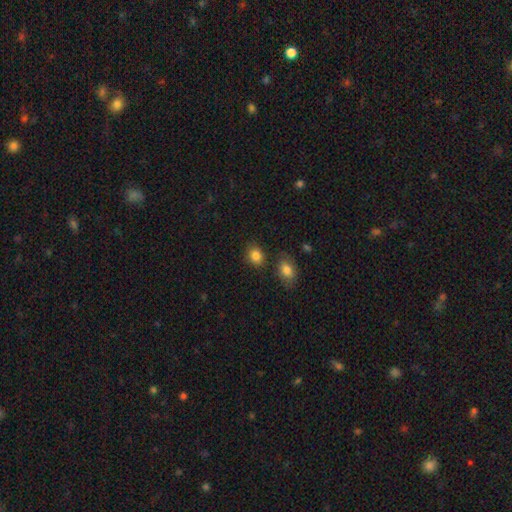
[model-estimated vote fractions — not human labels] A smooth galaxy with no disk features (85%) that is round (55%).

Vote fractions:
- Smooth or featured? smooth: 85% / star or artifact: 10% / featured or disk: 5%
- How rounded? round: 55% / in between: 44% / cigar-shaped: 1%
- Merging? none: 77% / minor disturbance: 12% / merger: 8% / major disturbance: 3%